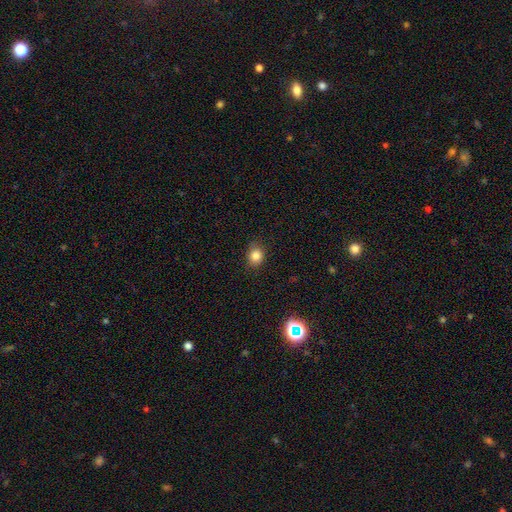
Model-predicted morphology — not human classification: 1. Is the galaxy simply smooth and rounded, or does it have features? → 83% smooth, 12% star or artifact, 6% featured or disk.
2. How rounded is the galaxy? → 61% round, 38% in between, 1% cigar-shaped.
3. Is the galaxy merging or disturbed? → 83% none, 13% minor disturbance, 3% major disturbance, 1% merger.